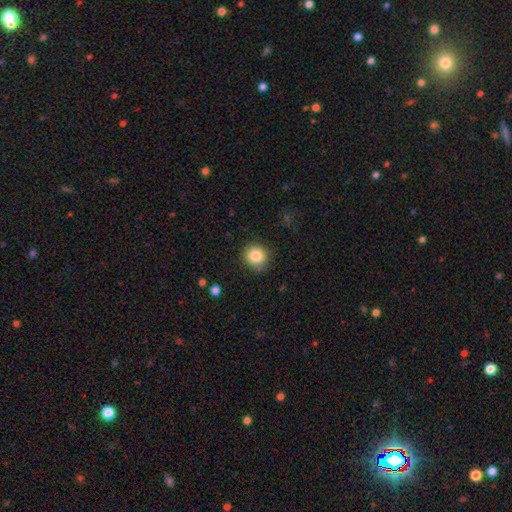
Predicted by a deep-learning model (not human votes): This is clearly a smooth galaxy (84%). How rounded: clearly round (89%). Merging: clearly none (85%).